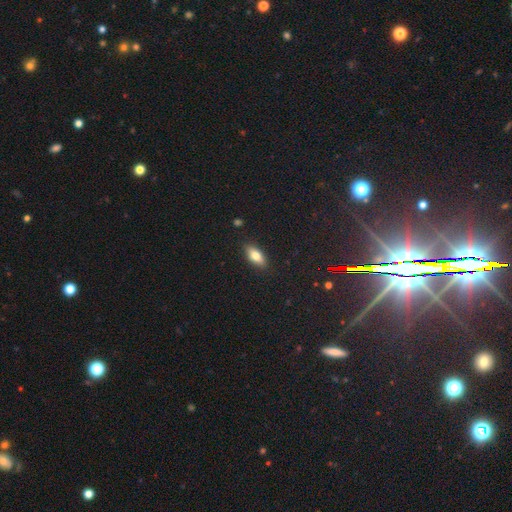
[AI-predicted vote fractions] Smooth or featured: smooth — 76% (featured or disk — 16%)
How rounded: in between — 82% (cigar-shaped — 15%)
Merging: none — 88% (minor disturbance — 9%)